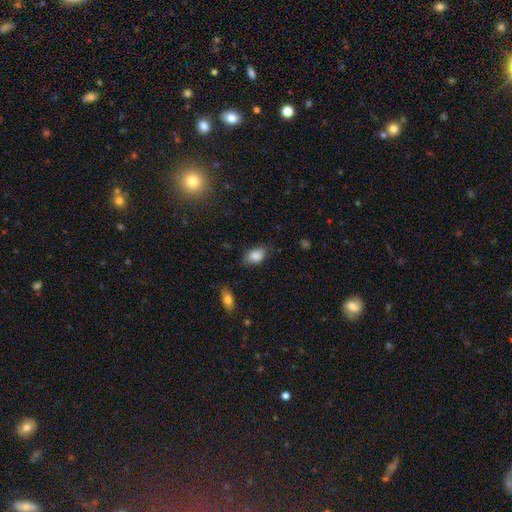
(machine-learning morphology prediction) This appears to be a smooth galaxy with no disk features (85%) that is in between round and cigar-shaped (88%). Merging: none (72%).